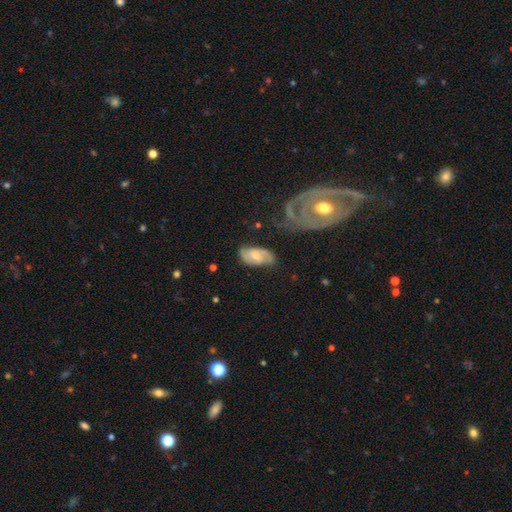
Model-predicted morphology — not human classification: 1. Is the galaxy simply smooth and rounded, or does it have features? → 58% featured or disk, 36% smooth, 7% star or artifact.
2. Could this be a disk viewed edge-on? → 94% no, 6% yes.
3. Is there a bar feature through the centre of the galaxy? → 51% no, 40% weak, 9% strong.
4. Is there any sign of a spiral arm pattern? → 85% yes, 15% no.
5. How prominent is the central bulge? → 55% moderate, 36% small, 4% large, 4% none, 1% dominant.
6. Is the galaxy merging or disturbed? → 60% none, 26% minor disturbance, 10% major disturbance, 4% merger.